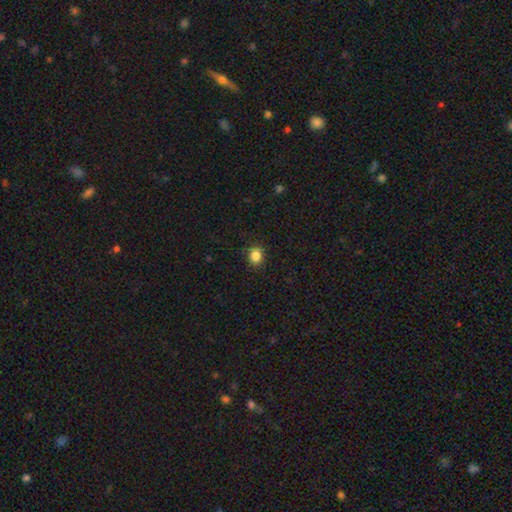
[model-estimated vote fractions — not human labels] This appears to be a smooth galaxy with no disk features (85%) that is round (69%). Merging: none (86%).